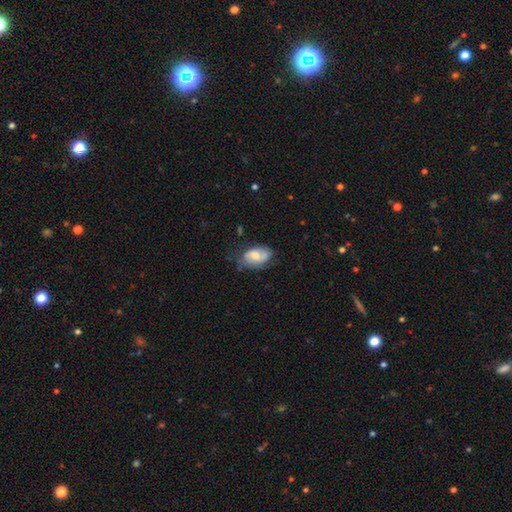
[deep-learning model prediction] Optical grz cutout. It shows a featured or disk galaxy (49%). Merging: none (58%).